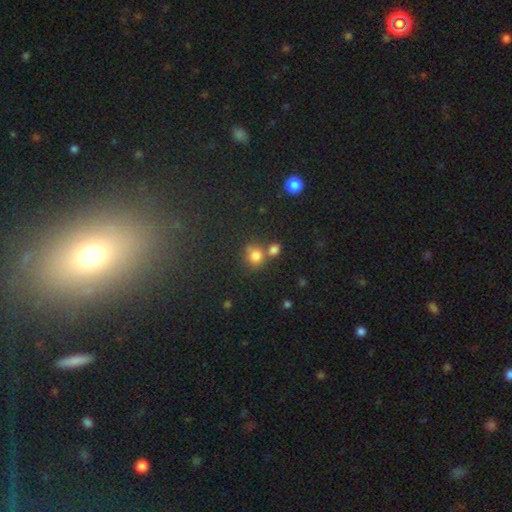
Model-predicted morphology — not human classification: Smooth or featured? smooth (77%)
How rounded? round (74%)
Merging? none (44%)